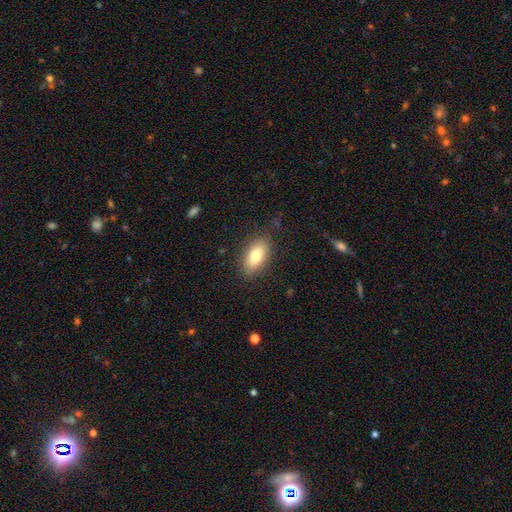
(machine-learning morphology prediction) A smooth galaxy with no disk features (79%) that is in between round and cigar-shaped (87%).

Vote fractions:
- Smooth or featured? smooth: 79% / featured or disk: 14% / star or artifact: 7%
- How rounded? in between: 87% / cigar-shaped: 9% / round: 4%
- Merging? none: 84% / minor disturbance: 12% / major disturbance: 4% / merger: 1%